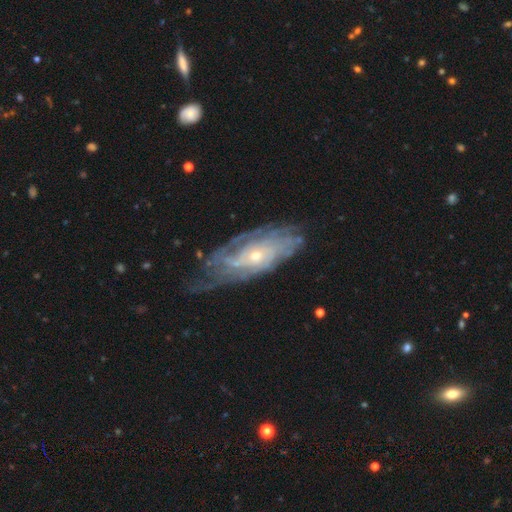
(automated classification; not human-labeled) Smooth or featured? featured or disk (84%)
Edge-on disk? no (91%)
Bar? no (73%)
Spiral arms? yes (93%)
Spiral winding? tight (69%)
Spiral arm count? can't tell (50%)
Bulge size? small (67%)
Merging? none (63%)